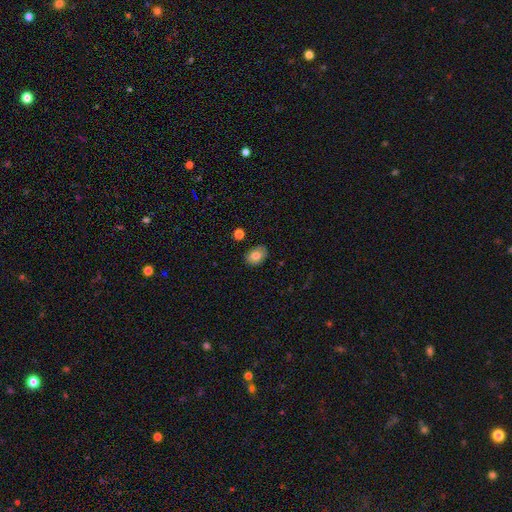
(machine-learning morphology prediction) A smooth galaxy with no disk features (79%) that is in between round and cigar-shaped (80%). Merging: none (84%).